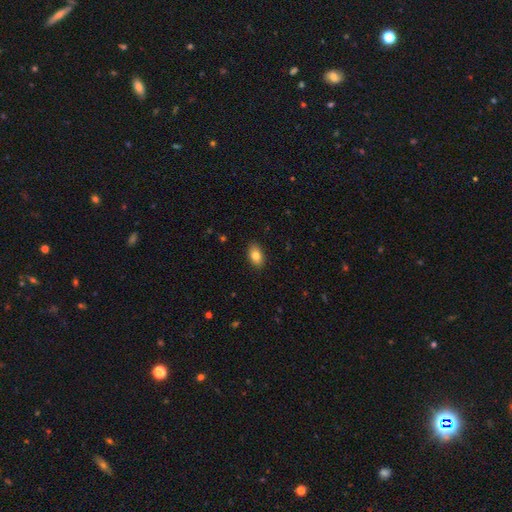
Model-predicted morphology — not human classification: smooth-or-featured: smooth: 82% | featured or disk: 10% | star or artifact: 8%
  how-rounded: in between: 88% | round: 10% | cigar-shaped: 2%
  merging: none: 88% | minor disturbance: 9% | major disturbance: 2% | merger: 1%